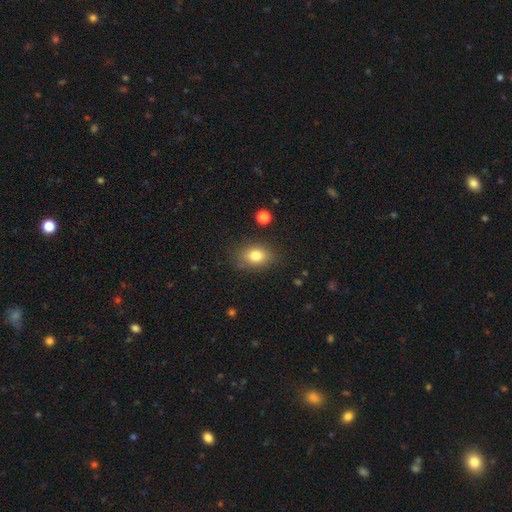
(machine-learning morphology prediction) Smooth or featured: smooth — 80% (star or artifact — 10%)
How rounded: in between — 74% (round — 24%)
Merging: none — 81% (minor disturbance — 13%)